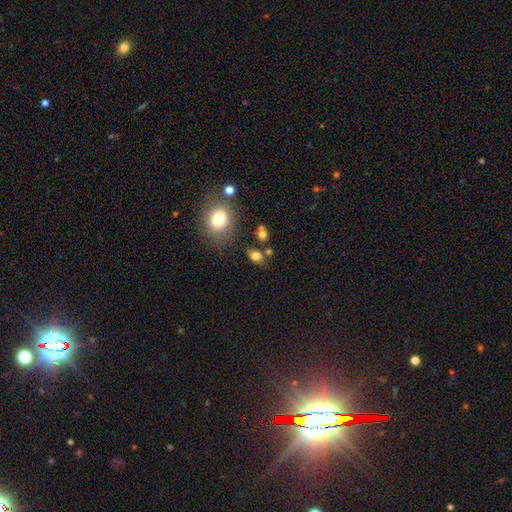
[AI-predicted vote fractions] A smooth galaxy with no disk features (79%) that is in between round and cigar-shaped (64%).

Vote fractions:
- Smooth or featured? smooth: 79% / star or artifact: 13% / featured or disk: 8%
- How rounded? in between: 64% / round: 34% / cigar-shaped: 2%
- Merging? none: 69% / minor disturbance: 14% / merger: 12% / major disturbance: 5%